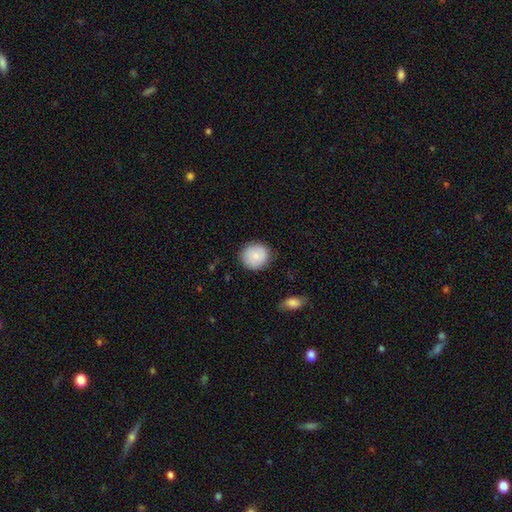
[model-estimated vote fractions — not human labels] Smooth or featured: smooth — 83% (featured or disk — 10%)
How rounded: round — 87% (in between — 12%)
Merging: none — 85% (minor disturbance — 11%)